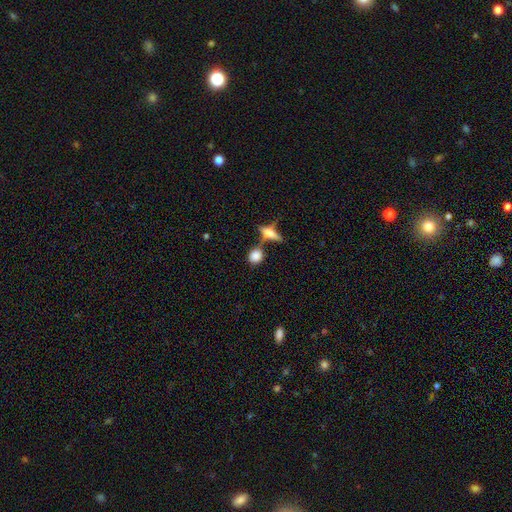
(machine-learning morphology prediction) This is clearly a smooth galaxy (80%). How rounded: likely round (73%). Merging: possibly none (60%).